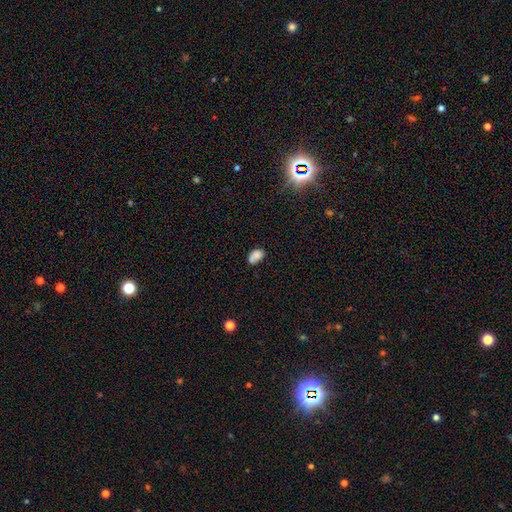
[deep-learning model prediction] smooth_or_featured: smooth (p=0.80) [alt: featured or disk p=0.10]
how_rounded: in between (p=0.87) [alt: round p=0.11]
merging: none (p=0.54) [alt: minor disturbance p=0.27]